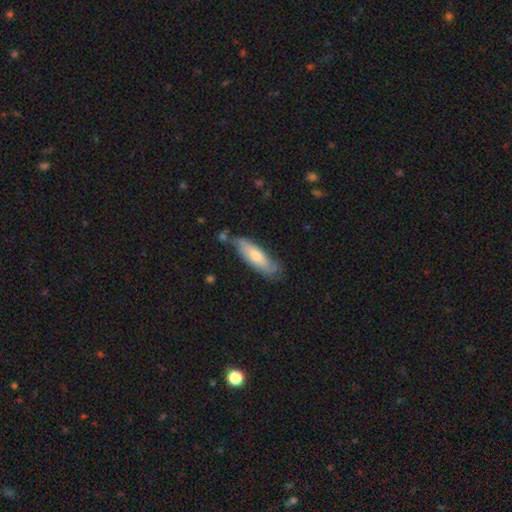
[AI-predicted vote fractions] This appears to be a smooth galaxy with no disk features (64%) that is cigar-shaped (50%). Merging: none (62%).